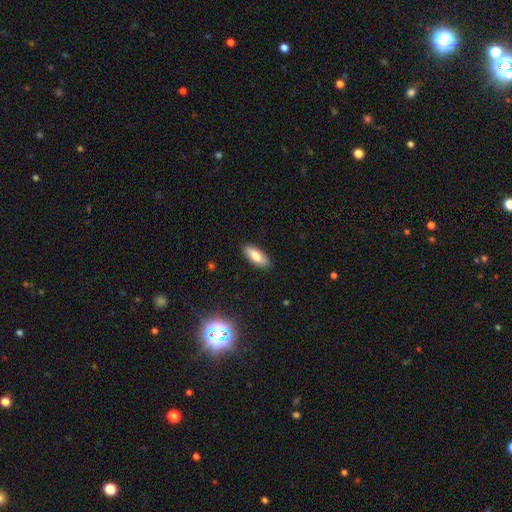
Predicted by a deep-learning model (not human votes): Q: Smooth or featured?
A: smooth (80%); runner-up: featured or disk (13%)
Q: How rounded?
A: in between (74%); runner-up: cigar-shaped (24%)
Q: Merging?
A: none (88%); runner-up: minor disturbance (9%)